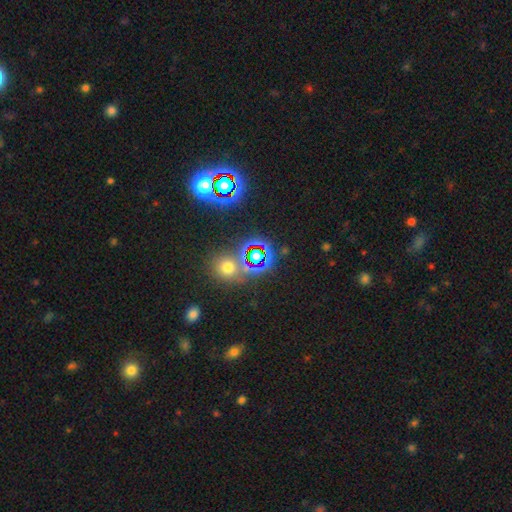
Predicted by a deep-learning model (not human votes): Q: Smooth or featured?
A: star or artifact (69%); runner-up: smooth (22%)